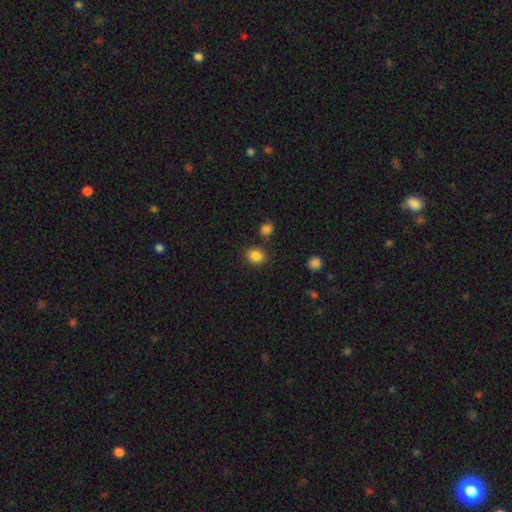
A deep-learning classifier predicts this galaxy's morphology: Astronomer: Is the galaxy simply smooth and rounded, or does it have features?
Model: smooth — 85%.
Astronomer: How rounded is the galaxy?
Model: round — 65%.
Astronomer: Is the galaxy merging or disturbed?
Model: none — 81%.